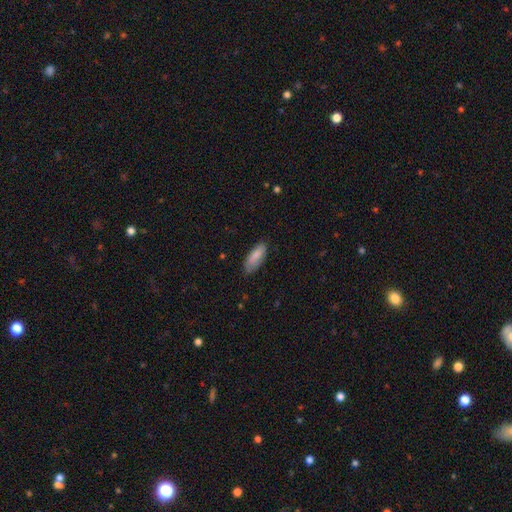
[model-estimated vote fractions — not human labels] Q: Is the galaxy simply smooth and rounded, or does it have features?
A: smooth — 84%.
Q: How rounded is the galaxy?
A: in between — 77%.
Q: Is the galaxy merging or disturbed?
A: none — 70%.